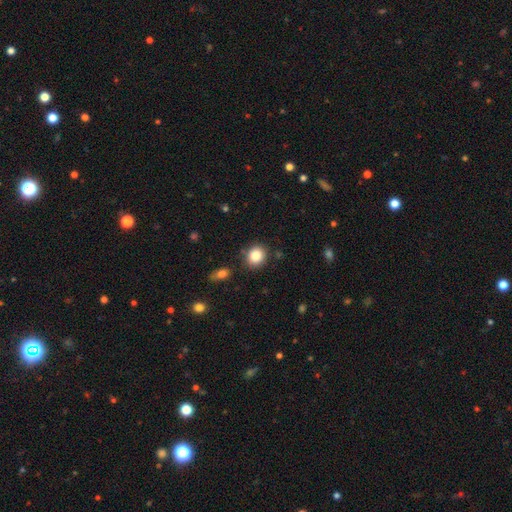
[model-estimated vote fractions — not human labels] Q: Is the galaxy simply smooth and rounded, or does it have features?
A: smooth — 86%.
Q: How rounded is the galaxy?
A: round — 73%.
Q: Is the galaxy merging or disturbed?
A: none — 82%.